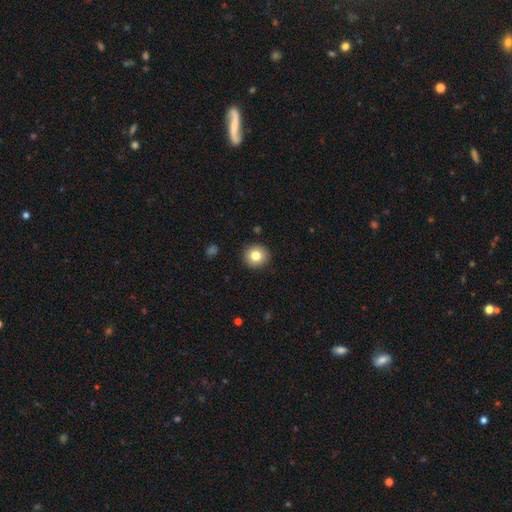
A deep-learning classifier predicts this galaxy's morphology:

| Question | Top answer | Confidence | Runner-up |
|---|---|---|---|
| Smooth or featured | smooth | 80% | star or artifact (10%) |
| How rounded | round | 93% | in between (6%) |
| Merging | none | 91% | minor disturbance (6%) |